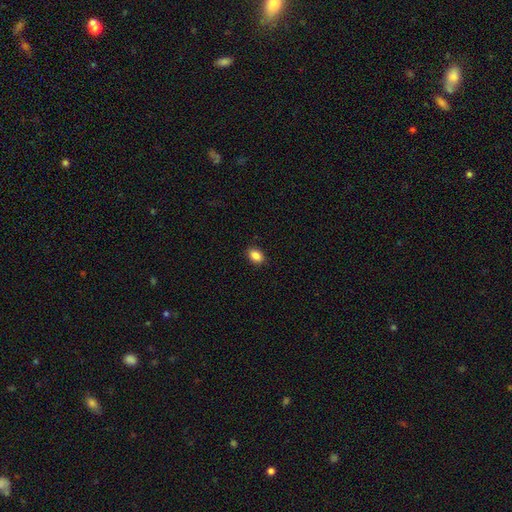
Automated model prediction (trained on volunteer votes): Q: Smooth or featured?
A: smooth (87%); runner-up: star or artifact (8%)
Q: How rounded?
A: in between (83%); runner-up: round (16%)
Q: Merging?
A: none (90%); runner-up: minor disturbance (8%)